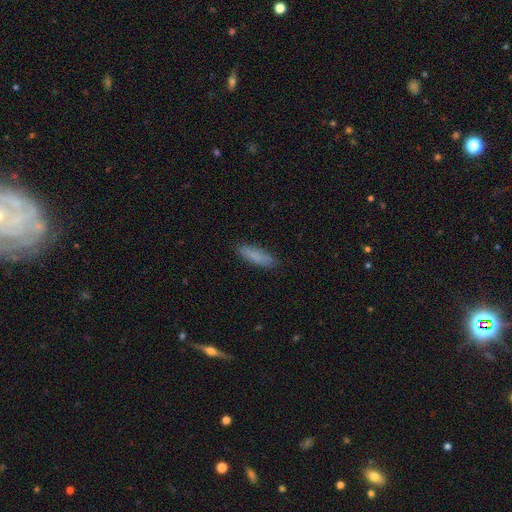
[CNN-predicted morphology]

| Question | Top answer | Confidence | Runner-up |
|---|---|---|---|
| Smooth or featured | smooth | 84% | featured or disk (9%) |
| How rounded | cigar-shaped | 67% | in between (32%) |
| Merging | none | 86% | minor disturbance (10%) |